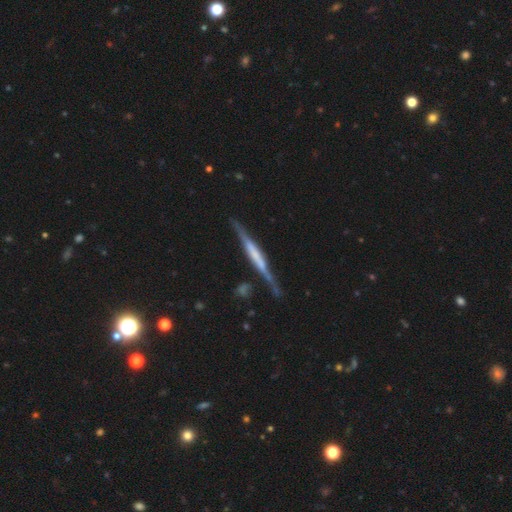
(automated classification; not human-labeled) The model was most divided on "edge-on bulge": boxy: 47%, none: 34%, rounded: 20%. More confident: edge-on disk — yes (96%); merging — none (79%); smooth or featured — featured or disk (72%).